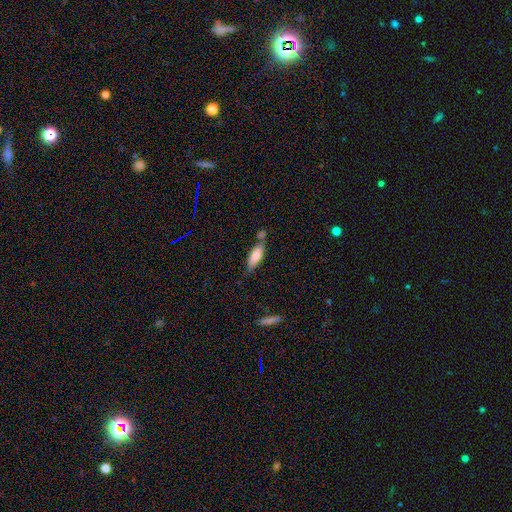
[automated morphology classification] smooth 74%, featured or disk 19%, star or artifact 7%. Down the decision tree: how rounded — in between (55%); merging — none (53%).